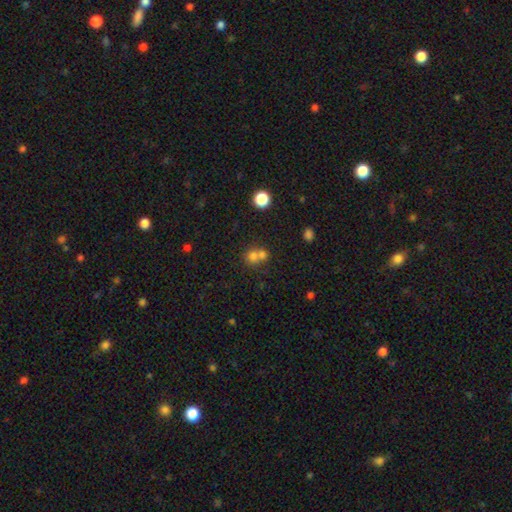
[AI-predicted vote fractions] smooth_or_featured: smooth (p=0.72) [alt: star or artifact p=0.15]
how_rounded: round (p=0.82) [alt: in between p=0.18]
merging: merger (p=0.56) [alt: none p=0.36]